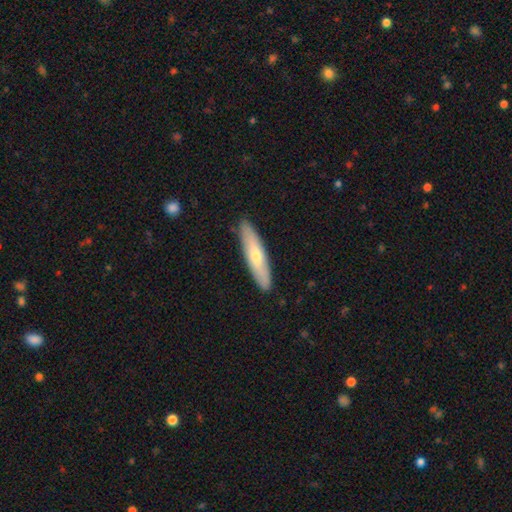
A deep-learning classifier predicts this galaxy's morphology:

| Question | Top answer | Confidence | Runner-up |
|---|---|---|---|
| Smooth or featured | smooth | 58% | featured or disk (37%) |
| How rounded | cigar-shaped | 79% | in between (20%) |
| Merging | none | 89% | minor disturbance (8%) |